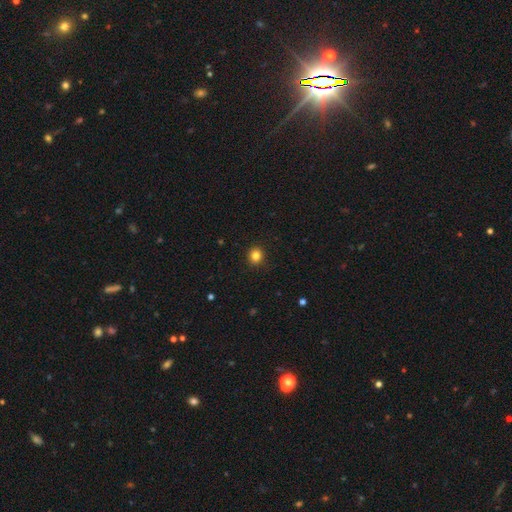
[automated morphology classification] smooth-or-featured: smooth: 83% | star or artifact: 12% | featured or disk: 5%
  how-rounded: round: 88% | in between: 11% | cigar-shaped: 1%
  merging: none: 92% | minor disturbance: 6% | major disturbance: 2% | merger: 1%